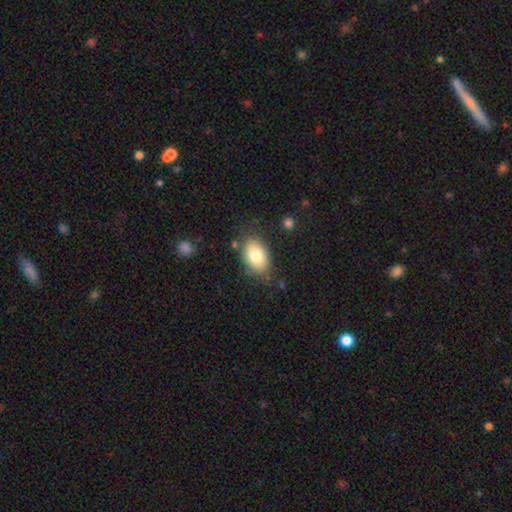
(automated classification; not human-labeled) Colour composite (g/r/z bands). It shows a smooth galaxy with no disk features (80%) that is in between round and cigar-shaped (89%). Merging: none (77%).